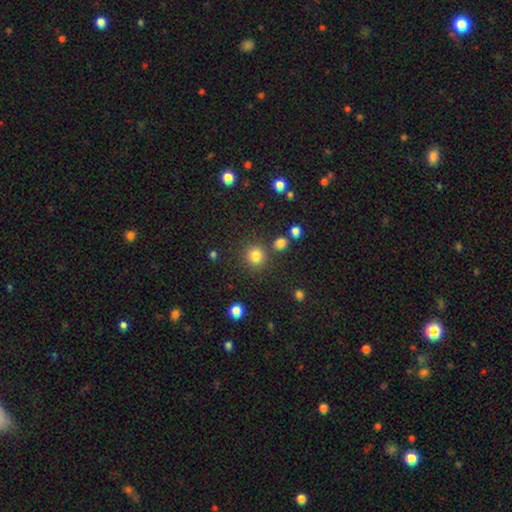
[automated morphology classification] Q: Smooth or featured?
A: smooth (81%); runner-up: star or artifact (13%)
Q: How rounded?
A: round (91%); runner-up: in between (8%)
Q: Merging?
A: none (82%); runner-up: minor disturbance (8%)